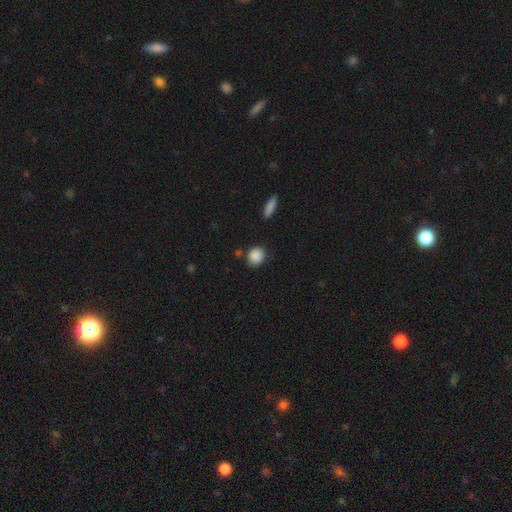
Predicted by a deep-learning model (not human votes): Smooth or featured? Predicted: smooth (p=0.88). How rounded? Predicted: round (p=0.82). Merging? Predicted: none (p=0.81).